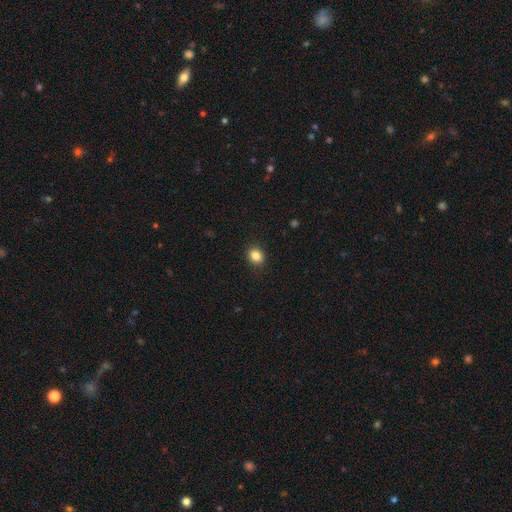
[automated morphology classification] The model was most divided on "how rounded": round: 57%, in between: 42%, cigar-shaped: 1%. More confident: merging — none (89%); smooth or featured — smooth (85%).